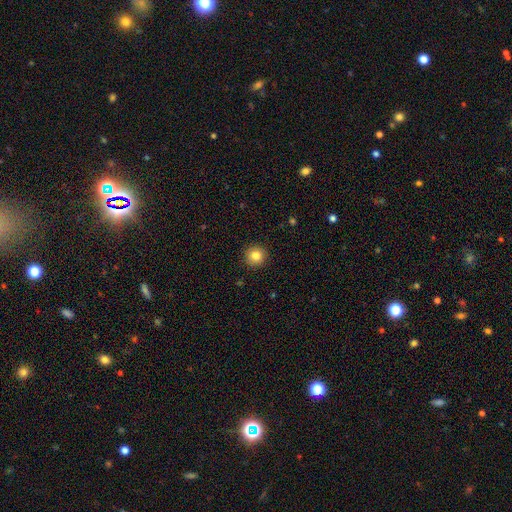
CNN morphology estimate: The model was most divided on "smooth or featured": smooth: 83%, star or artifact: 10%, featured or disk: 7%. More confident: how rounded — round (94%); merging — none (92%).